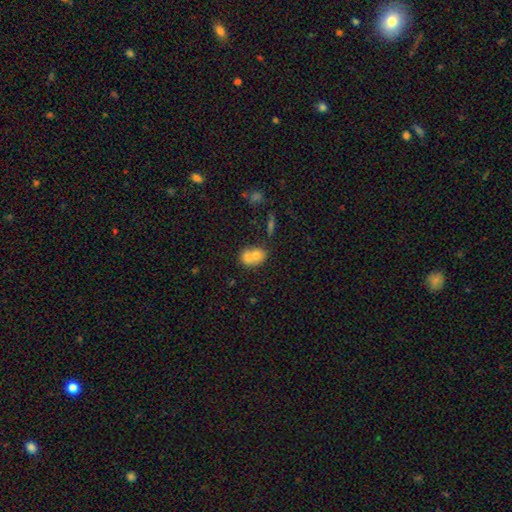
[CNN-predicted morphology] Smooth or featured? Predicted: smooth (p=0.67). How rounded? Predicted: round (p=0.58). Merging? Predicted: merger (p=0.67).